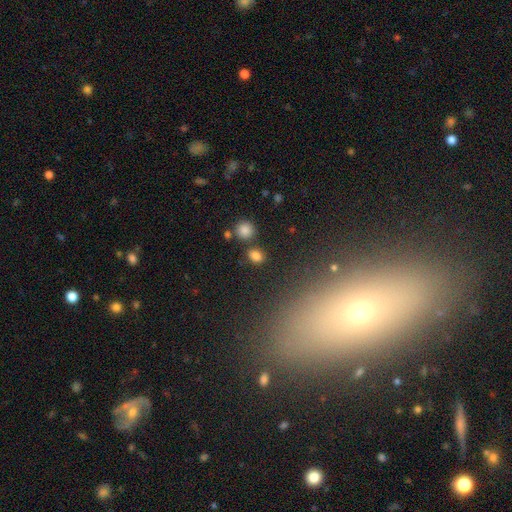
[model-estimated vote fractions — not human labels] The model was most divided on "how rounded": in between: 50%, round: 48%, cigar-shaped: 2%. More confident: smooth or featured — smooth (81%); merging — none (77%).